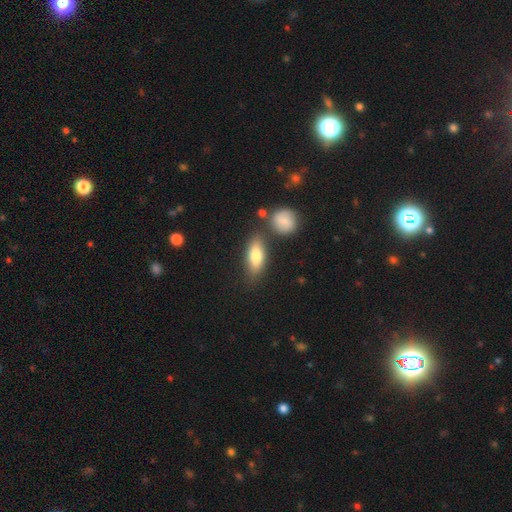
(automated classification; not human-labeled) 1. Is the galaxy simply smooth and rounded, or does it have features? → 77% smooth, 16% featured or disk, 6% star or artifact.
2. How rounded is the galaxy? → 75% in between, 21% cigar-shaped, 4% round.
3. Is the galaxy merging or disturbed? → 71% none, 15% minor disturbance, 10% merger, 4% major disturbance.